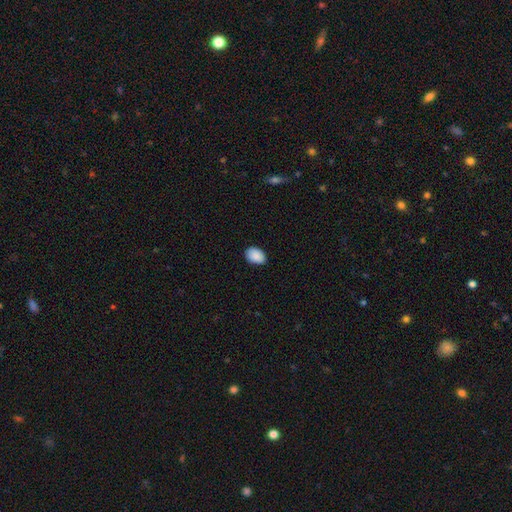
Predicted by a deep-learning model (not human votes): The model was most divided on "how rounded": in between: 81%, round: 18%, cigar-shaped: 1%. More confident: smooth or featured — smooth (90%); merging — none (83%).